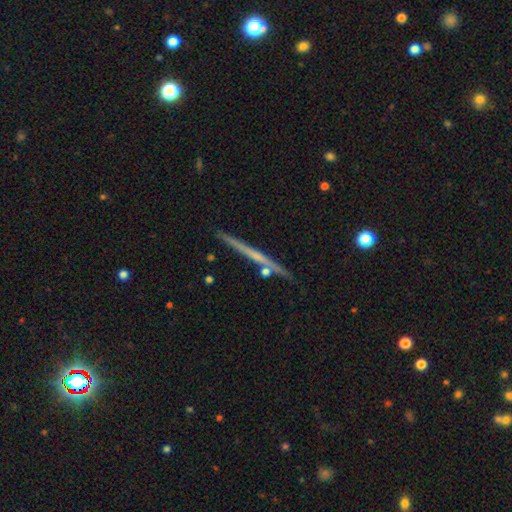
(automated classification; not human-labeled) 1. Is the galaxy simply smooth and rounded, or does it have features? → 63% featured or disk, 31% smooth, 6% star or artifact.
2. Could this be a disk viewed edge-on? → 97% yes, 3% no.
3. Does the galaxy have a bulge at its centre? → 82% none, 13% rounded, 4% boxy.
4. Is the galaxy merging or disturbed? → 87% none, 7% minor disturbance, 3% merger, 2% major disturbance.